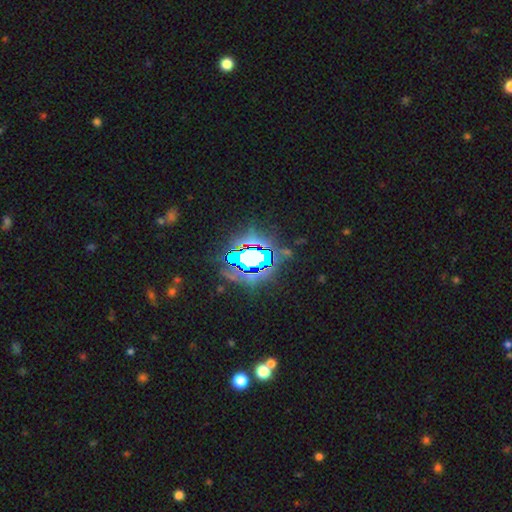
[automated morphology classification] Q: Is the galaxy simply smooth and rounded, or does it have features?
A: star or artifact — 81%.